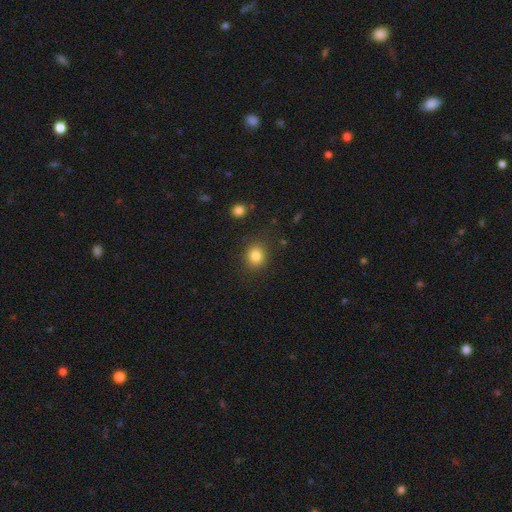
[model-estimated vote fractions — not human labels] smooth_or_featured: smooth (p=0.83) [alt: star or artifact p=0.11]
how_rounded: round (p=0.77) [alt: in between p=0.22]
merging: none (p=0.86) [alt: minor disturbance p=0.09]